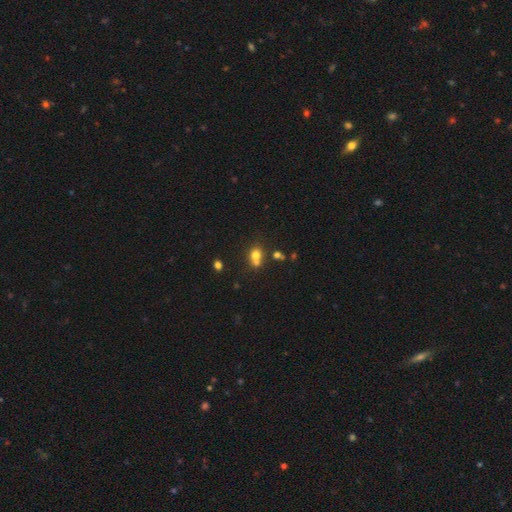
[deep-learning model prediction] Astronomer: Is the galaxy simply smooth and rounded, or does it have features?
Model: smooth — 72%.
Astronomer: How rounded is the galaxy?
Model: round — 64%.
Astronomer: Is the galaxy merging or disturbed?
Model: merger — 43% (runner-up: none, 42%).